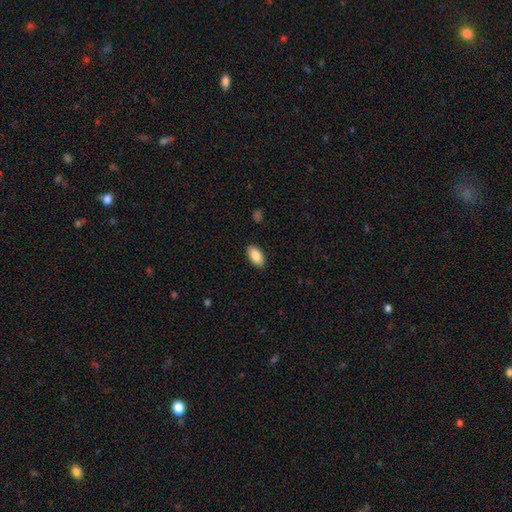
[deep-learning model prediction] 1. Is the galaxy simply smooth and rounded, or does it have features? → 88% smooth, 7% star or artifact, 5% featured or disk.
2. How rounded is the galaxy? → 94% in between, 3% cigar-shaped, 3% round.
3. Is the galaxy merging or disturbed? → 89% none, 8% minor disturbance, 2% major disturbance, 1% merger.